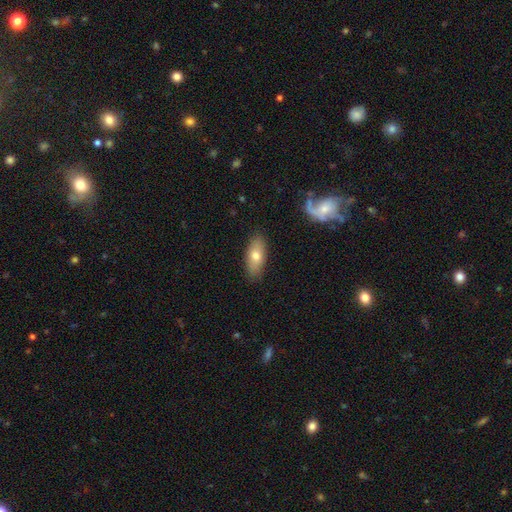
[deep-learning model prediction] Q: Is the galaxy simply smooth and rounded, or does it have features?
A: smooth — 71%.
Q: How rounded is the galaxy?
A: in between — 82%.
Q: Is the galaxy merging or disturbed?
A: none — 86%.